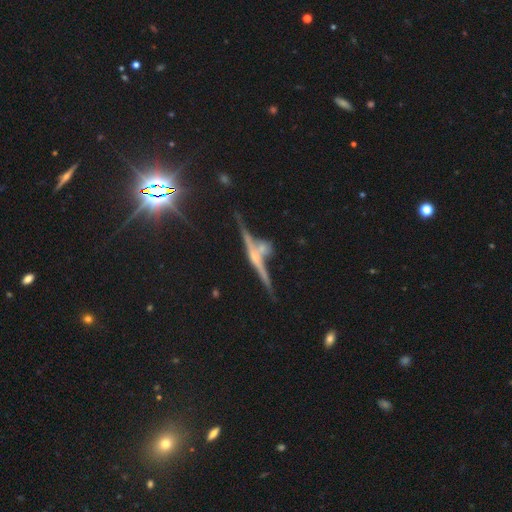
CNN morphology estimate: A featured or disk galaxy (72%) viewed edge-on (94%) with a rounded central bulge (65%). Merging: none (58%).